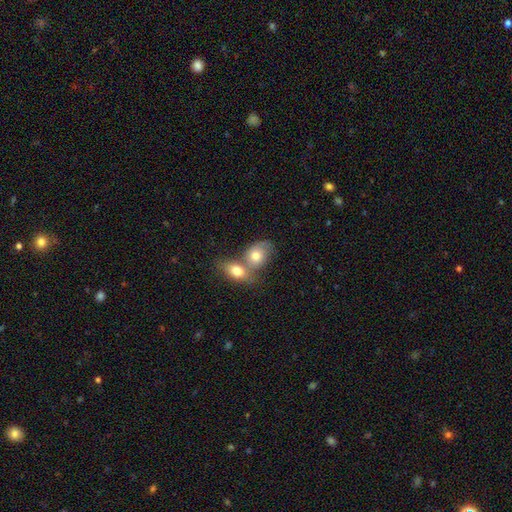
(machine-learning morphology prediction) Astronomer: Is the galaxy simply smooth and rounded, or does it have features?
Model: smooth — 73%.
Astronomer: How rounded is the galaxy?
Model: in between — 71%.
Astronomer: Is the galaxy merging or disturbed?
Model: merger — 64%.